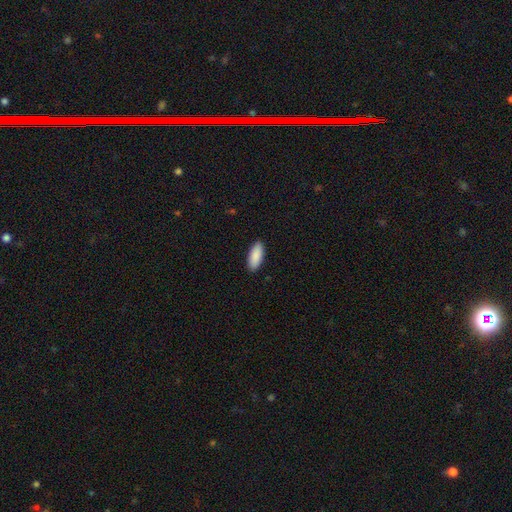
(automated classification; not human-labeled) This is clearly a smooth galaxy (91%). How rounded: clearly in between (82%). Merging: clearly none (91%).